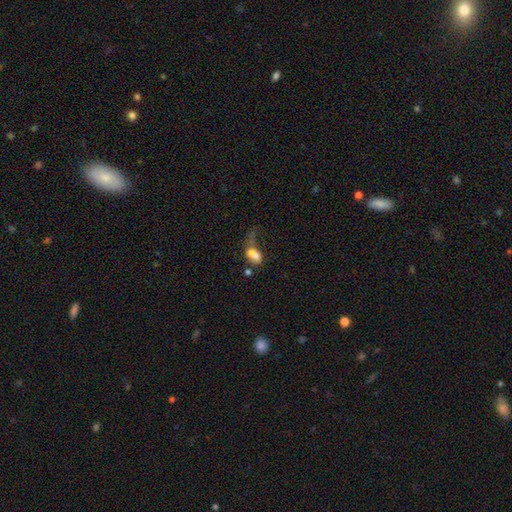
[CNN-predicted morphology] Smooth or featured: smooth — 63% (featured or disk — 25%)
How rounded: in between — 73% (round — 23%)
Merging: merger — 51% (major disturbance — 27%)